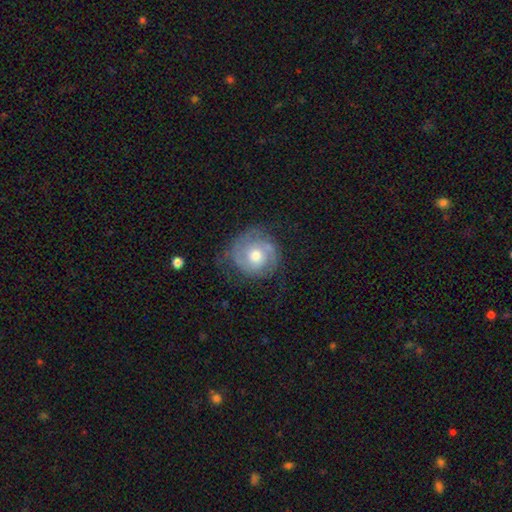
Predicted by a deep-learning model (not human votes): smooth_or_featured: featured or disk (p=0.66) [alt: smooth p=0.27]
disk_edge_on: no (p=0.97) [alt: yes p=0.03]
bar: no (p=0.80) [alt: weak p=0.17]
has_spiral_arms: yes (p=0.84) [alt: no p=0.16]
spiral_winding: tight (p=0.60) [alt: medium p=0.30]
spiral_arm_count: 2 (p=0.45) [alt: can't tell p=0.30]
bulge_size: moderate (p=0.74) [alt: small p=0.14]
merging: none (p=0.66) [alt: minor disturbance p=0.22]